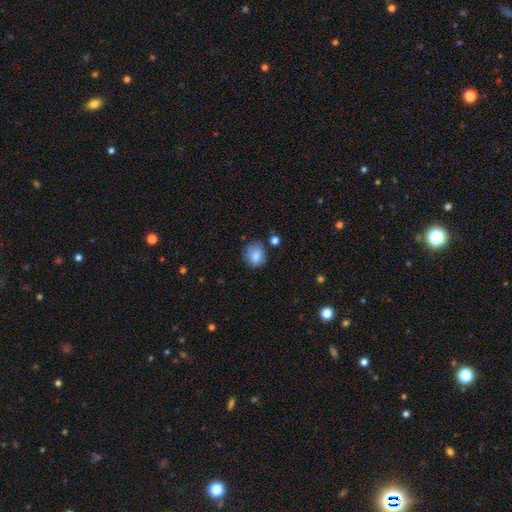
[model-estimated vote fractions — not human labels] A smooth galaxy with no disk features (85%) that is round (74%).

Vote fractions:
- Smooth or featured? smooth: 85% / star or artifact: 8% / featured or disk: 7%
- How rounded? round: 74% / in between: 25% / cigar-shaped: 1%
- Merging? none: 72% / minor disturbance: 19% / merger: 5% / major disturbance: 4%